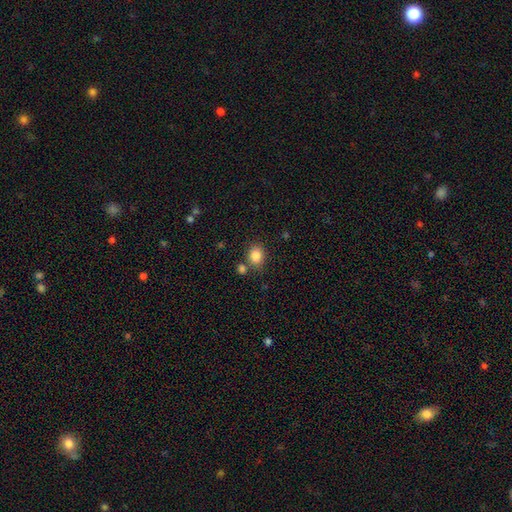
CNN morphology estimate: Q: Smooth or featured?
A: smooth (85%); runner-up: star or artifact (10%)
Q: How rounded?
A: round (57%); runner-up: in between (42%)
Q: Merging?
A: none (72%); runner-up: merger (13%)